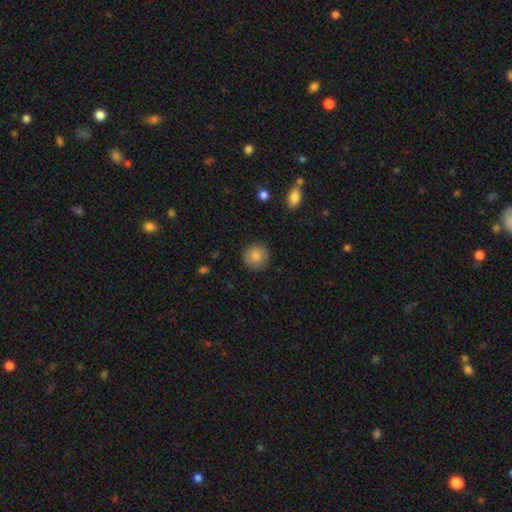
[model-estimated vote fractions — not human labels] Smooth or featured?
  - smooth: 85% *
  - star or artifact: 8%
  - featured or disk: 7%
How rounded?
  - round: 93% *
  - in between: 6%
  - cigar-shaped: 1%
Merging?
  - none: 87% *
  - minor disturbance: 9%
  - major disturbance: 2%
  - merger: 1%